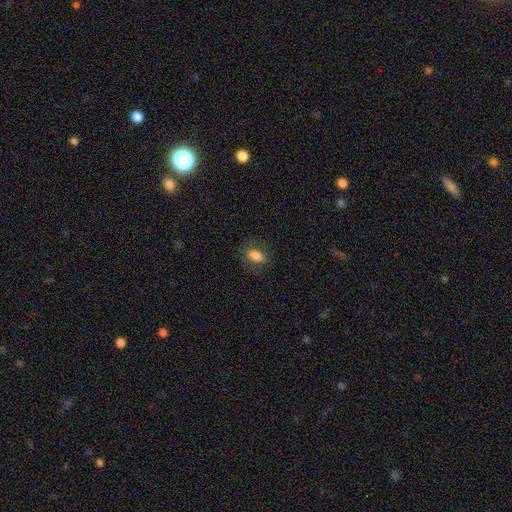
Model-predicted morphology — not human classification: Q: Smooth or featured?
A: smooth (75%); runner-up: featured or disk (15%)
Q: How rounded?
A: in between (85%); runner-up: round (12%)
Q: Merging?
A: none (77%); runner-up: minor disturbance (15%)